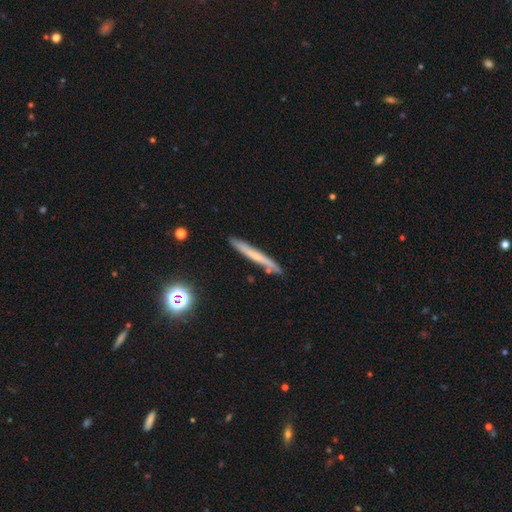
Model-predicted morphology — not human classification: Smooth or featured: smooth — 45% (tied with featured or disk — 45%)
Merging: none — 83% (minor disturbance — 12%)